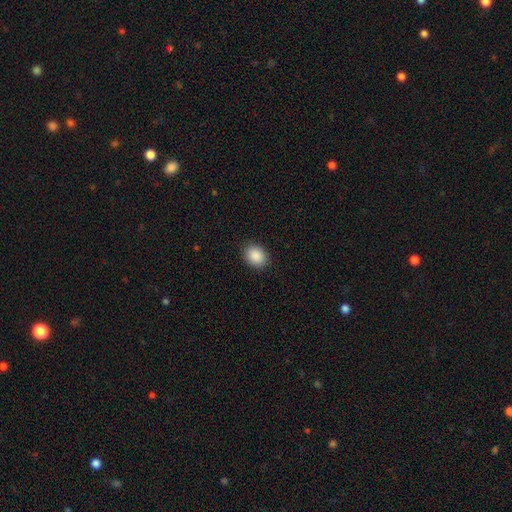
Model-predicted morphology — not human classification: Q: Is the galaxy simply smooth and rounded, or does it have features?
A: smooth — 89%.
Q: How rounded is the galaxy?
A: in between — 58%.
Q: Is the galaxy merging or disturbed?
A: none — 90%.